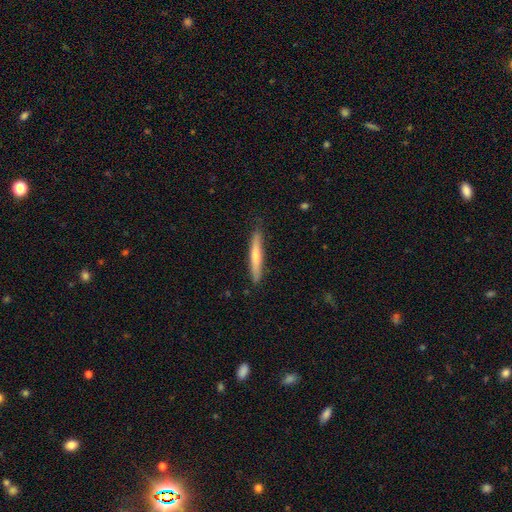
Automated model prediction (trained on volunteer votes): This appears to be a smooth galaxy with no disk features (61%) that is cigar-shaped (93%). Merging: none (84%).